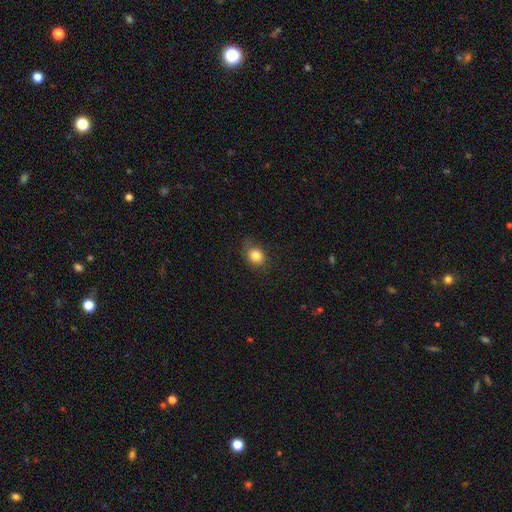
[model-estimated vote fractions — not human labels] smooth_or_featured: smooth (p=0.83) [alt: star or artifact p=0.10]
how_rounded: in between (p=0.50) [alt: round p=0.49]
merging: none (p=0.77) [alt: minor disturbance p=0.17]